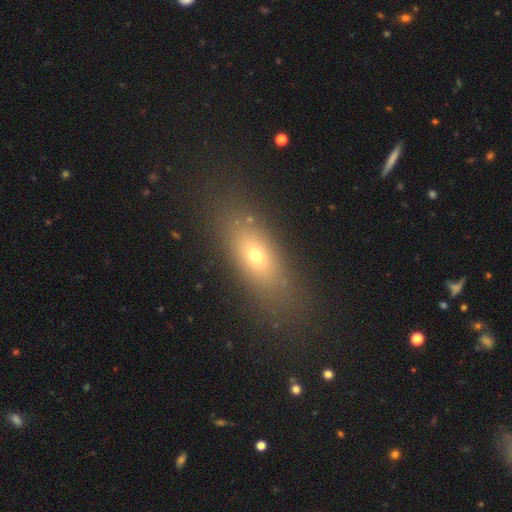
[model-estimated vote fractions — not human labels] A smooth galaxy with no disk features (63%) that is in between round and cigar-shaped (63%).

Vote fractions:
- Smooth or featured? smooth: 63% / featured or disk: 21% / star or artifact: 16%
- How rounded? in between: 63% / cigar-shaped: 27% / round: 10%
- Merging? none: 82% / minor disturbance: 11% / major disturbance: 6% / merger: 2%